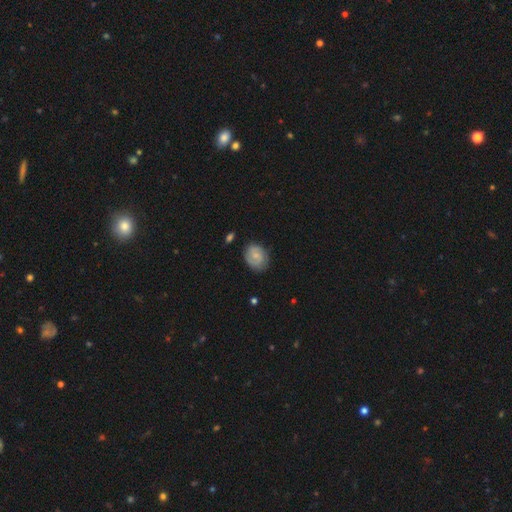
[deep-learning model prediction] Smooth or featured? featured or disk (52%)
Edge-on disk? no (97%)
Bar? no (61%)
Spiral arms? yes (86%)
Bulge size? small (61%)
Merging? none (75%)